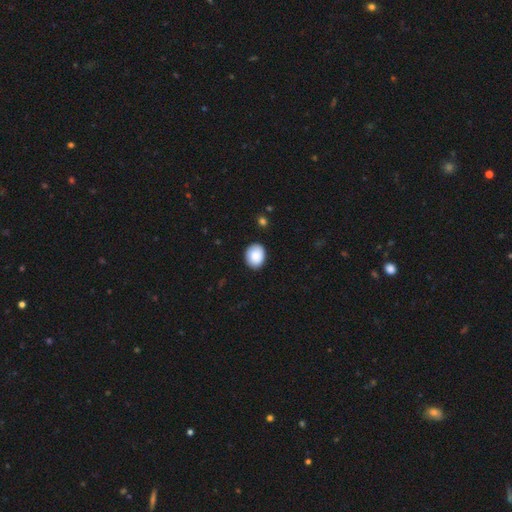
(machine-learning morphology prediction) smooth 88%, star or artifact 7%, featured or disk 6%. Down the decision tree: how rounded — in between (56%); merging — none (87%).